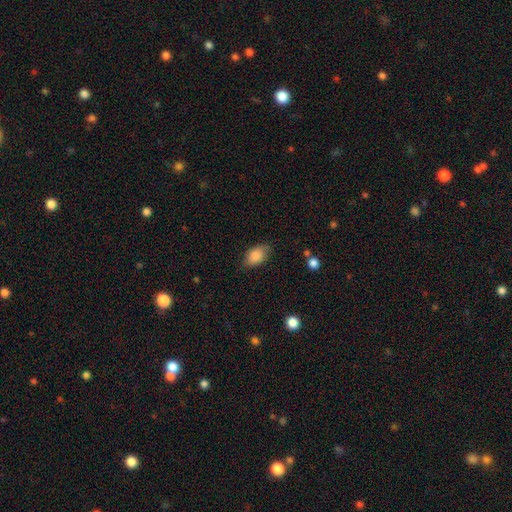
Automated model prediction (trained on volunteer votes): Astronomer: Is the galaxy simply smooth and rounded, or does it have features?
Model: smooth — 86%.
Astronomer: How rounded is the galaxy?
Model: in between — 90%.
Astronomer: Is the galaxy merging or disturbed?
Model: none — 77%.